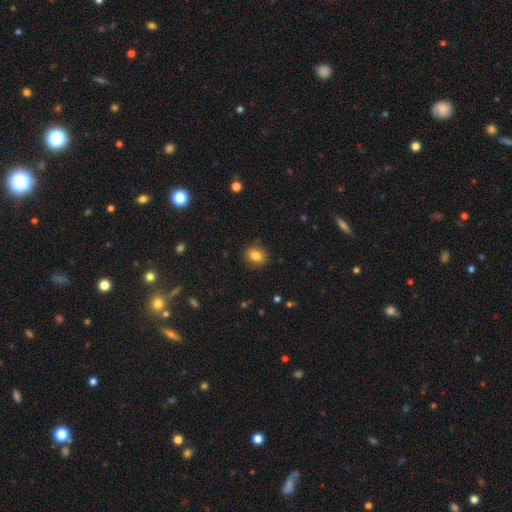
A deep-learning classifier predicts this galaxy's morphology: Smooth or featured?
  - smooth: 83% *
  - star or artifact: 10%
  - featured or disk: 7%
How rounded?
  - round: 50% *
  - in between: 48%
  - cigar-shaped: 1%
Merging?
  - none: 88% *
  - minor disturbance: 9%
  - major disturbance: 2%
  - merger: 1%